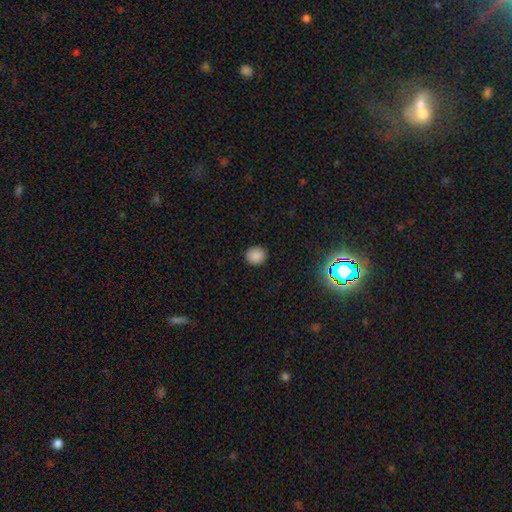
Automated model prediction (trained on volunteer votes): Smooth or featured? Predicted: smooth (p=0.86). How rounded? Predicted: round (p=0.79). Merging? Predicted: none (p=0.90).